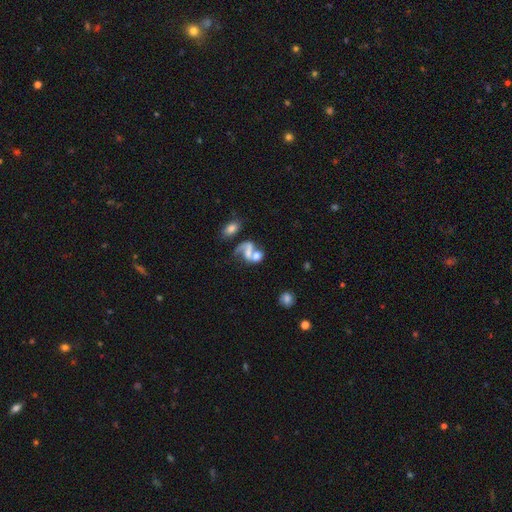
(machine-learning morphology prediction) Smooth or featured? smooth (48%)
Merging? merger (58%)